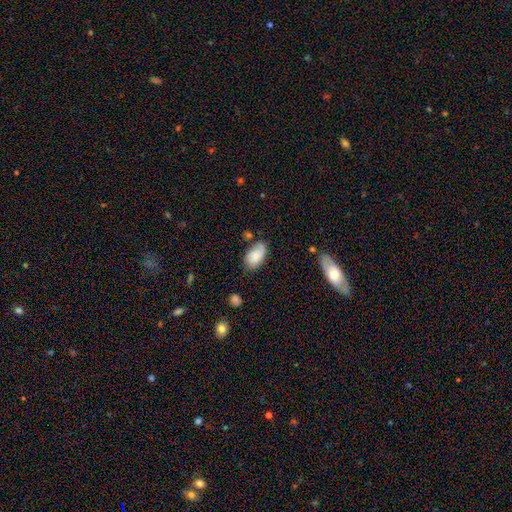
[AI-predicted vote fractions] Smooth or featured?
  - smooth: 79% *
  - featured or disk: 13%
  - star or artifact: 8%
How rounded?
  - in between: 93% *
  - round: 5%
  - cigar-shaped: 2%
Merging?
  - none: 57% *
  - minor disturbance: 29%
  - major disturbance: 7%
  - merger: 7%